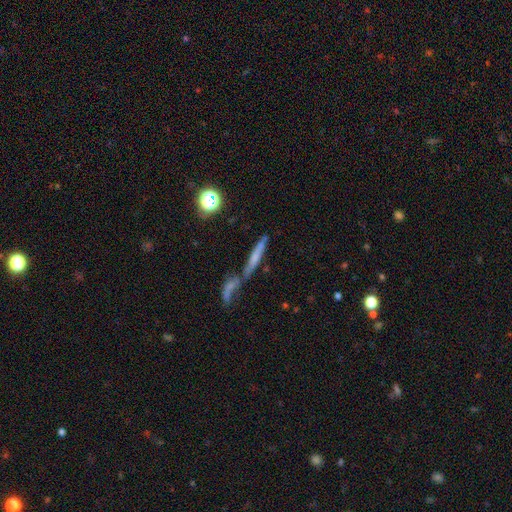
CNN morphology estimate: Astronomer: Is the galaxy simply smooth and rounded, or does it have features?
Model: smooth — 47% (runner-up: featured or disk, 37%).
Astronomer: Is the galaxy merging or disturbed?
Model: merger — 42% (runner-up: none, 39%).